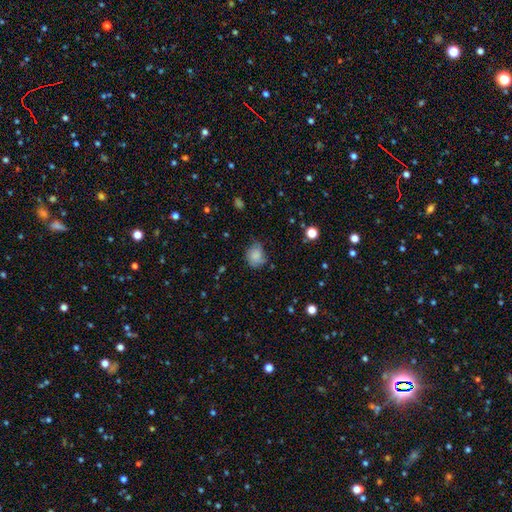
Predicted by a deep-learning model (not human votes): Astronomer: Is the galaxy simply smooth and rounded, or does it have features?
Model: smooth — 81%.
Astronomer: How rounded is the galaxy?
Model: round — 61% (runner-up: in between, 38%).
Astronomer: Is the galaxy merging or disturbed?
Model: none — 60%.